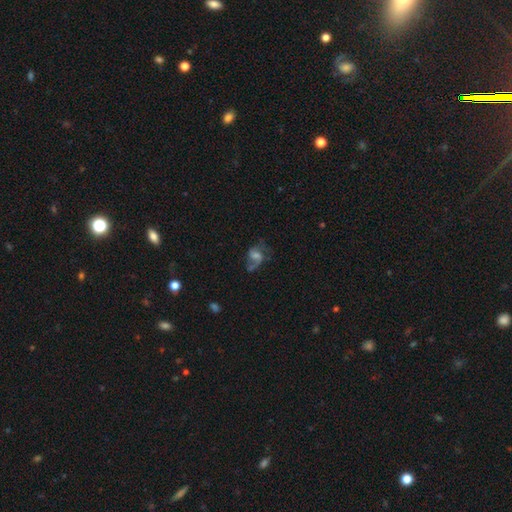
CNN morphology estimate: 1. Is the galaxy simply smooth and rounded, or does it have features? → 63% featured or disk, 24% smooth, 12% star or artifact.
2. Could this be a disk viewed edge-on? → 97% no, 3% yes.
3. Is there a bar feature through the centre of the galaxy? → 44% no, 43% weak, 12% strong.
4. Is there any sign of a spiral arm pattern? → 82% yes, 18% no.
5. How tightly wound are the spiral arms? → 55% loose, 36% medium, 9% tight.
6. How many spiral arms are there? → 63% 2, 25% 1, 8% can't tell, 2% 3, 1% 4, 1% more than 4.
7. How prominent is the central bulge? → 34% small, 31% moderate, 24% none, 9% large, 2% dominant.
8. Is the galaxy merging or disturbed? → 42% none, 33% major disturbance, 20% minor disturbance, 5% merger.